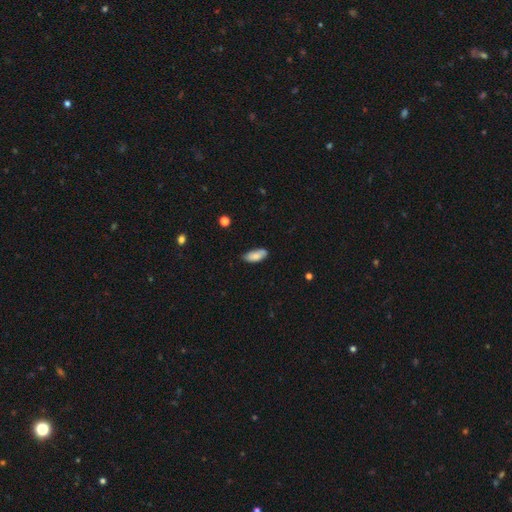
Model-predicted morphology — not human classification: smooth_or_featured: smooth (p=0.81) [alt: featured or disk p=0.12]
how_rounded: in between (p=0.85) [alt: cigar-shaped p=0.13]
merging: none (p=0.69) [alt: minor disturbance p=0.25]